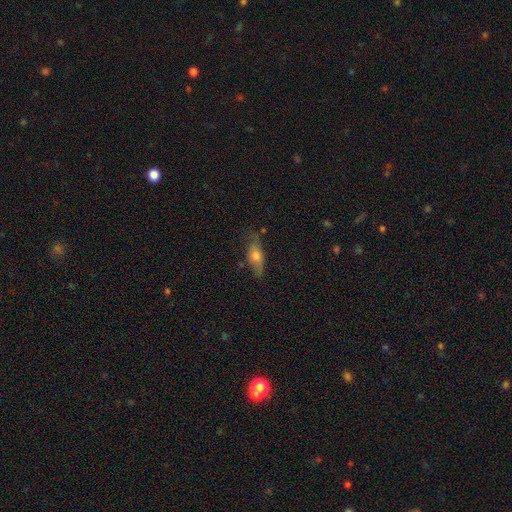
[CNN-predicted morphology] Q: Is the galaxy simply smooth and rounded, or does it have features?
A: smooth — 60%.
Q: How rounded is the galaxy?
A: in between — 63%.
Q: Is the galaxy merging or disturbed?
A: none — 69%.